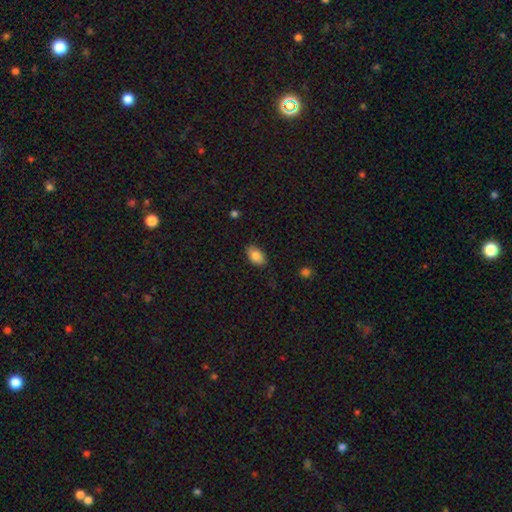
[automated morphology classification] Smooth or featured: smooth — 84% (featured or disk — 8%)
How rounded: in between — 91% (round — 7%)
Merging: none — 84% (minor disturbance — 12%)